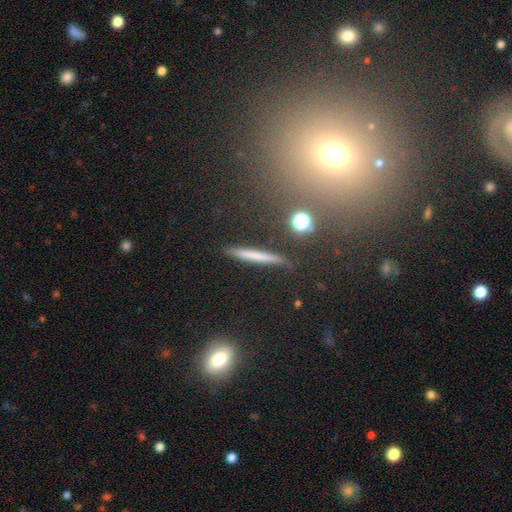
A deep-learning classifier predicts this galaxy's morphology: Smooth or featured?
  - smooth: 58% *
  - featured or disk: 31%
  - star or artifact: 11%
How rounded?
  - cigar-shaped: 94% *
  - in between: 4%
  - round: 3%
Merging?
  - none: 86% *
  - minor disturbance: 10%
  - major disturbance: 2%
  - merger: 2%